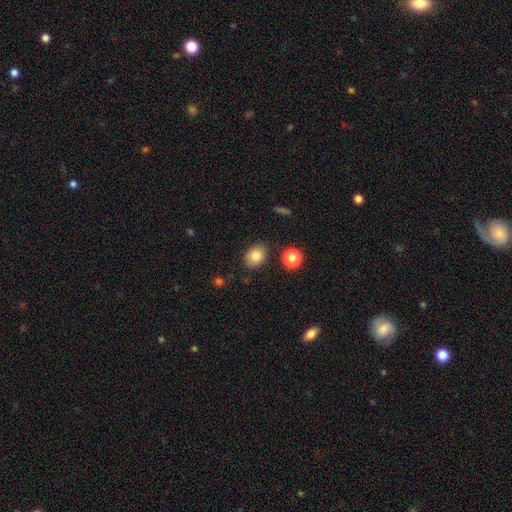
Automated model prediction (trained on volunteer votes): Smooth or featured: smooth — 81% (star or artifact — 10%)
How rounded: in between — 59% (round — 40%)
Merging: none — 85% (minor disturbance — 10%)